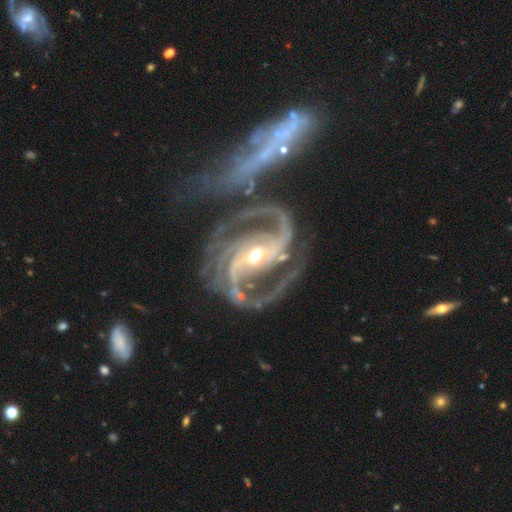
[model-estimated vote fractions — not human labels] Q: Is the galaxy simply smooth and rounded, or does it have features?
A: featured or disk — 94%.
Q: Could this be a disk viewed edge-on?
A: no — 98%.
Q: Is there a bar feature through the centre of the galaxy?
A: strong — 46%.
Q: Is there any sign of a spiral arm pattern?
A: yes — 99%.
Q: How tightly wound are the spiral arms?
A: medium — 54%.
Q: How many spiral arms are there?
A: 2 — 61%.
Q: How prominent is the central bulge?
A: moderate — 55%.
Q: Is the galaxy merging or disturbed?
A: none — 59%.